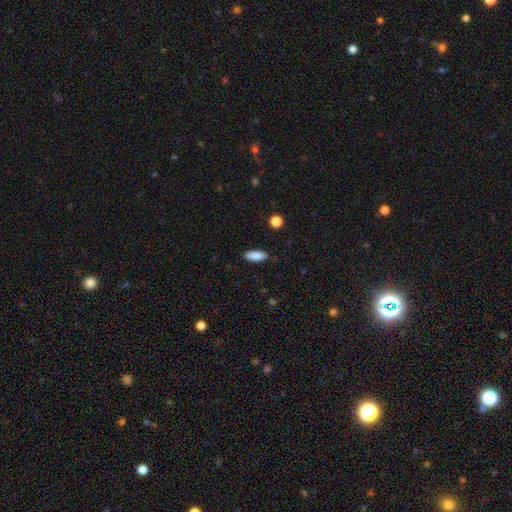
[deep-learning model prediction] smooth 88%, star or artifact 7%, featured or disk 6%. Down the decision tree: how rounded — in between (68%); merging — none (87%).